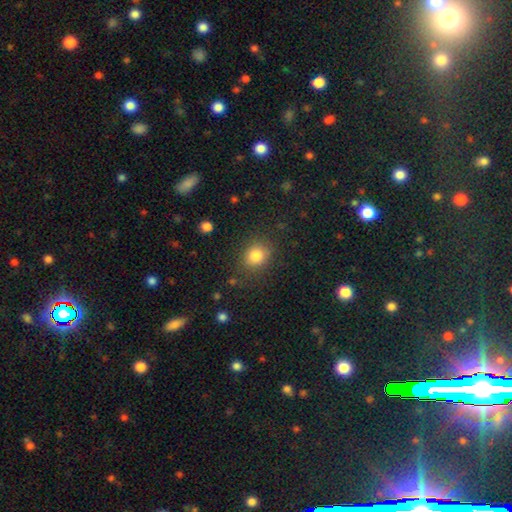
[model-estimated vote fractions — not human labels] A smooth galaxy with no disk features (82%) that is round (63%). Merging: none (81%).